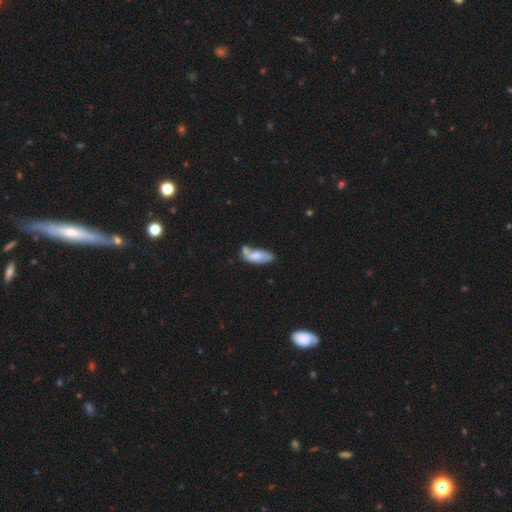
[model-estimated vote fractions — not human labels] smooth 62%, featured or disk 31%, star or artifact 7%. Down the decision tree: how rounded — in between (74%); merging — none (35%).